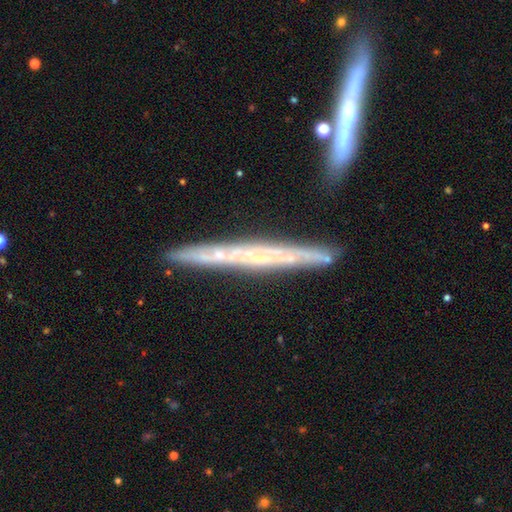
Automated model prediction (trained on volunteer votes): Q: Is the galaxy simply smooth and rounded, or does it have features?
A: featured or disk — 68%.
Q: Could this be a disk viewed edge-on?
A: yes — 95%.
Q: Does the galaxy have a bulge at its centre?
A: none — 76%.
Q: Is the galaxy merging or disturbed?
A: none — 82%.